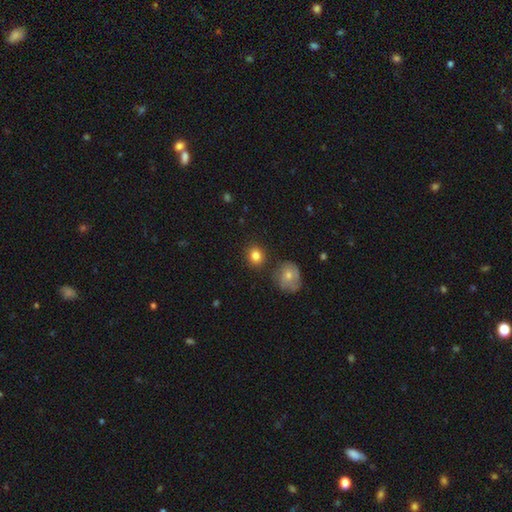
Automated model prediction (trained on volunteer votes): Morphology: type=smooth (83%); roundness=round (73%); merging=none (82%).